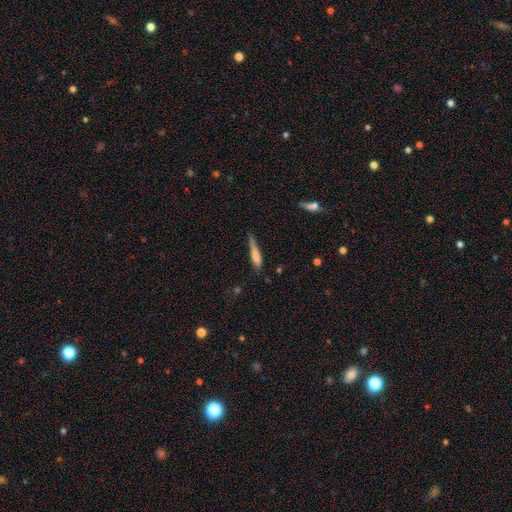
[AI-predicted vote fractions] smooth-or-featured: smooth: 73% | featured or disk: 20% | star or artifact: 7%
  how-rounded: cigar-shaped: 84% | in between: 15% | round: 2%
  merging: none: 48% | minor disturbance: 35% | major disturbance: 12% | merger: 4%